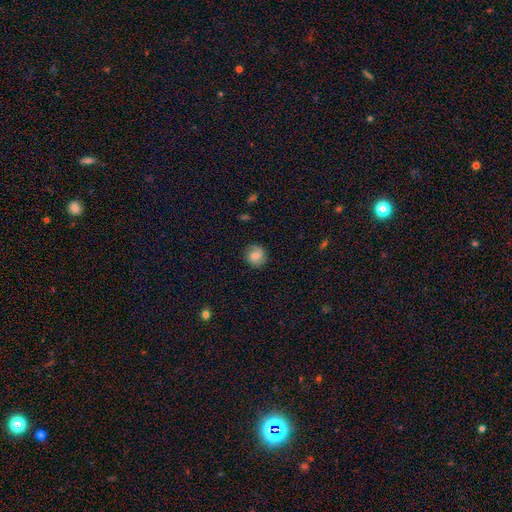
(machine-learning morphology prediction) This appears to be a smooth galaxy with no disk features (61%) that is round (85%). Merging: none (83%).